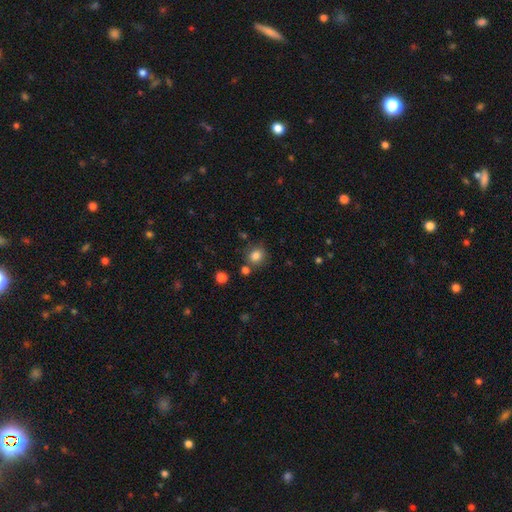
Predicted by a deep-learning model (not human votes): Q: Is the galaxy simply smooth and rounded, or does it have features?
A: smooth — 83%.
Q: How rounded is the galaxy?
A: round — 80%.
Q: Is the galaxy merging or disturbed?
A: none — 77%.